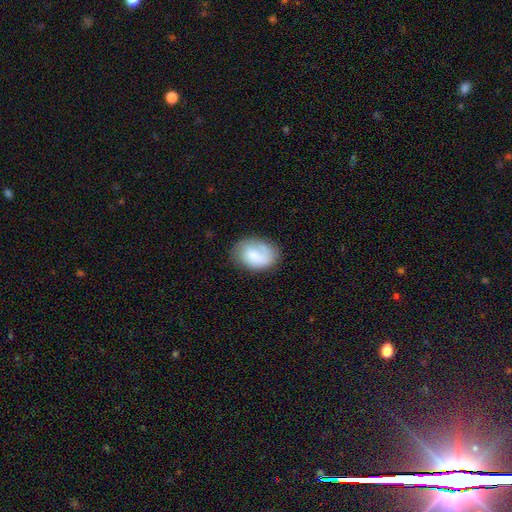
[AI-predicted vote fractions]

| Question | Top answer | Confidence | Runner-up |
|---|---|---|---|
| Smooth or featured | smooth | 69% | featured or disk (24%) |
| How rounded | in between | 75% | round (24%) |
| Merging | none | 66% | minor disturbance (22%) |